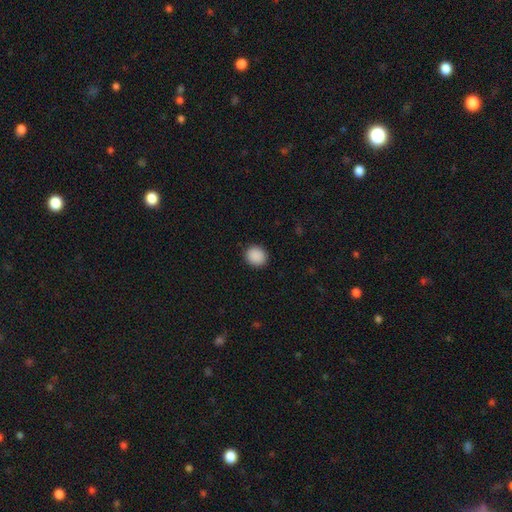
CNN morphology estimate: This is clearly a smooth galaxy (90%). How rounded: likely round (80%). Merging: clearly none (91%).